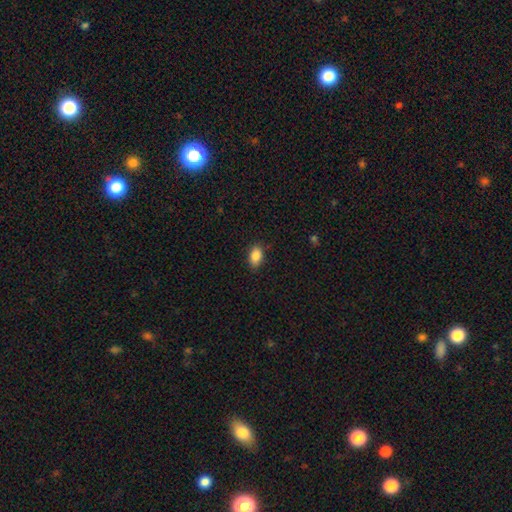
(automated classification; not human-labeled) This appears to be a smooth galaxy with no disk features (87%) that is in between round and cigar-shaped (87%). Merging: none (84%).